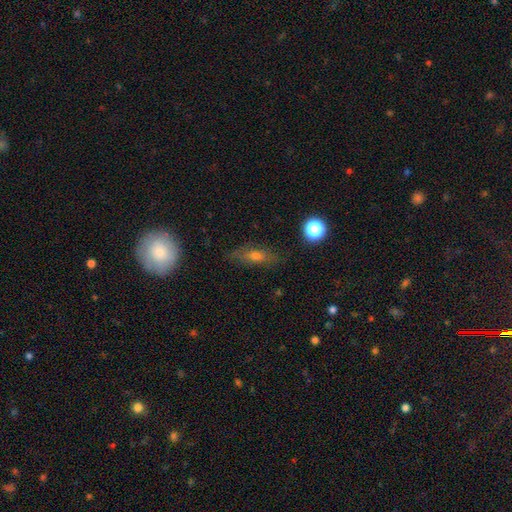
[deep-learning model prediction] Q: Smooth or featured?
A: smooth (52%); runner-up: featured or disk (34%)
Q: How rounded?
A: in between (50%); runner-up: cigar-shaped (41%)
Q: Merging?
A: none (79%); runner-up: minor disturbance (15%)